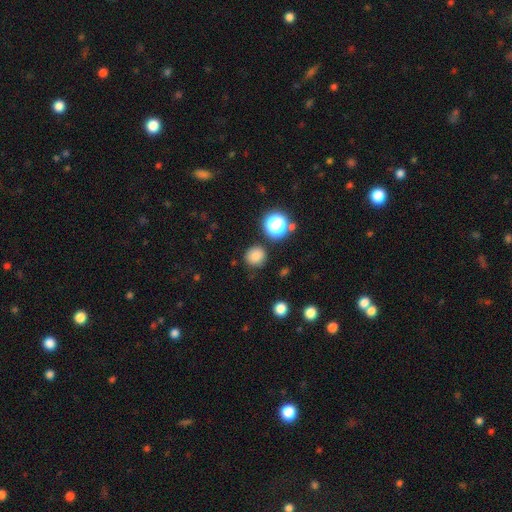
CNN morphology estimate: Smooth or featured? smooth (81%)
How rounded? round (90%)
Merging? none (84%)